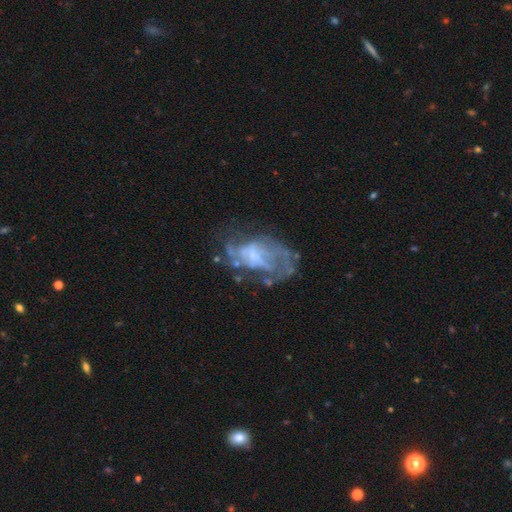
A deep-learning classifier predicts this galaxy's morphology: A featured or disk galaxy (70%) with no bar (61%), spiral arms (62%) and no central bulge (36%).

Vote fractions:
- Smooth or featured? featured or disk: 70% / smooth: 18% / star or artifact: 12%
- Edge-on disk? no: 96% / yes: 4%
- Bar? no: 61% / weak: 31% / strong: 8%
- Spiral arms? yes: 62% / no: 38%
- Bulge size? none: 36% / small: 31% / moderate: 25% / large: 7% / dominant: 1%
- Merging? none: 52% / major disturbance: 23% / minor disturbance: 21% / merger: 4%